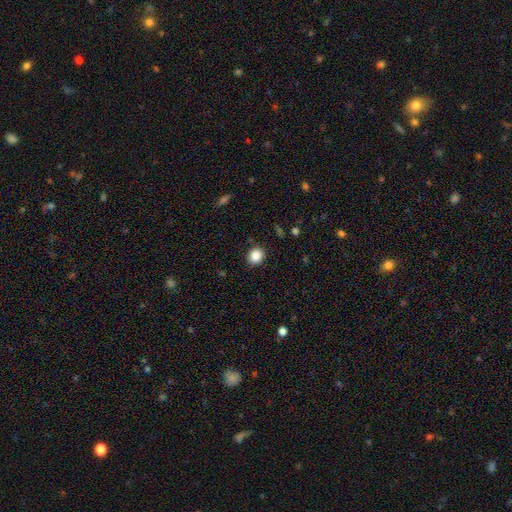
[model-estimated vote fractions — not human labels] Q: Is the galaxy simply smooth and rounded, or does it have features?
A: smooth — 87%.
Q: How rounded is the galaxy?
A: round — 76%.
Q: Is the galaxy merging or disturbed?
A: none — 89%.